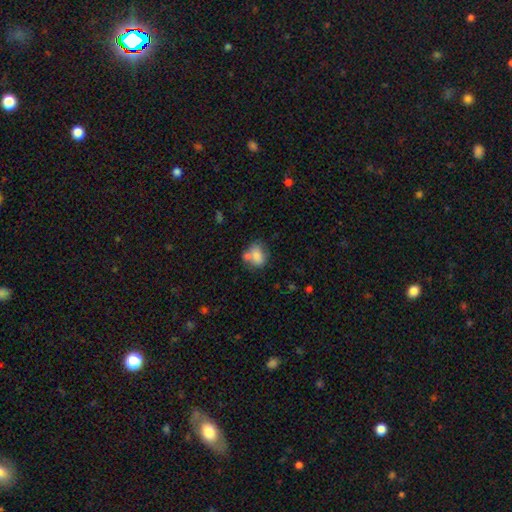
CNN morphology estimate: Overall: smooth (77%). How rounded: in between (56%; round 43%). Merging: none (44%; merger 31%).